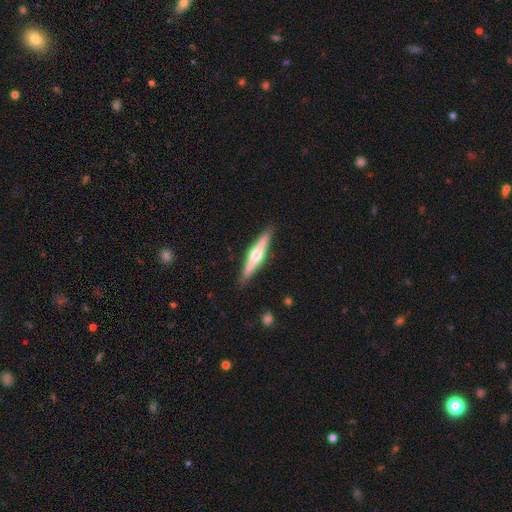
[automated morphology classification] This appears to be a featured or disk galaxy (68%) viewed edge-on (97%) with a rounded central bulge (92%). Merging: none (90%).